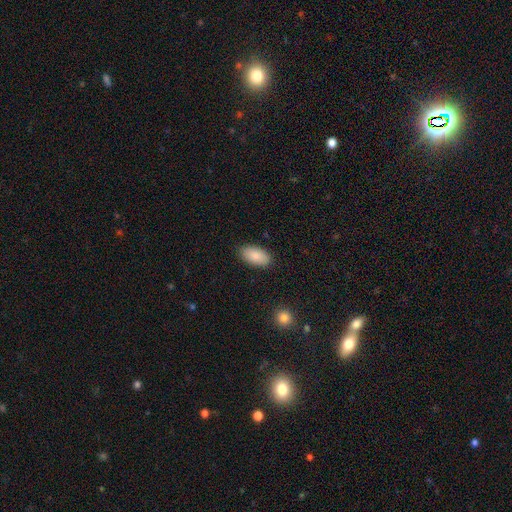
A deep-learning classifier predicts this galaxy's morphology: This is clearly a smooth galaxy (87%). How rounded: clearly in between (95%). Merging: clearly none (87%).